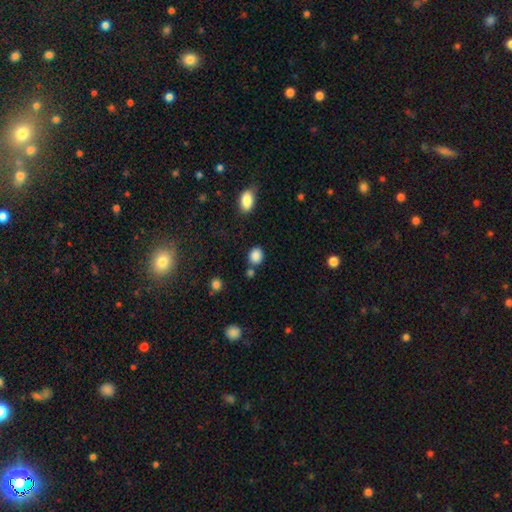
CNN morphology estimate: A smooth galaxy with no disk features (86%) that is round (63%). Merging: none (73%).